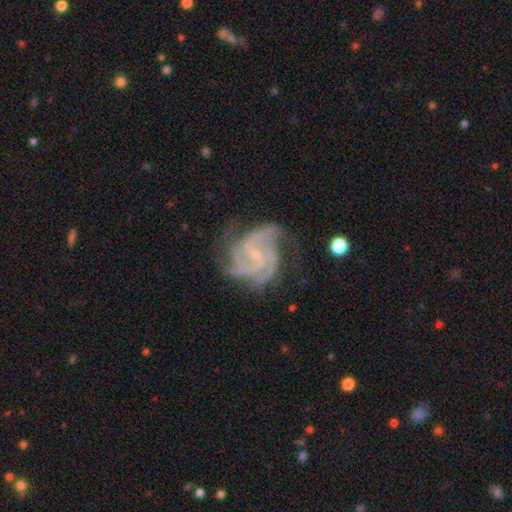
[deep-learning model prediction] smooth_or_featured: featured or disk (p=0.91) [alt: star or artifact p=0.05]
disk_edge_on: no (p=0.98) [alt: yes p=0.02]
bar: no (p=0.55) [alt: weak p=0.34]
has_spiral_arms: yes (p=0.99) [alt: no p=0.01]
spiral_winding: tight (p=0.50) [alt: medium p=0.44]
spiral_arm_count: 3 (p=0.50) [alt: 4 p=0.20]
bulge_size: small (p=0.80) [alt: moderate p=0.15]
merging: none (p=0.69) [alt: minor disturbance p=0.20]